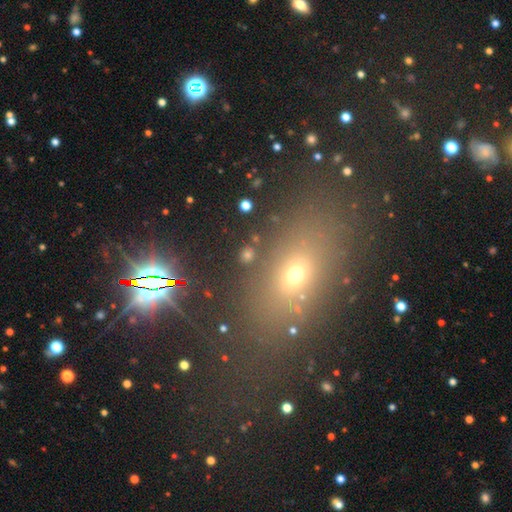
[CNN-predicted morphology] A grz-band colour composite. It shows a smooth galaxy with no disk features (51%) that is in between round and cigar-shaped (65%). Merging: none (77%).